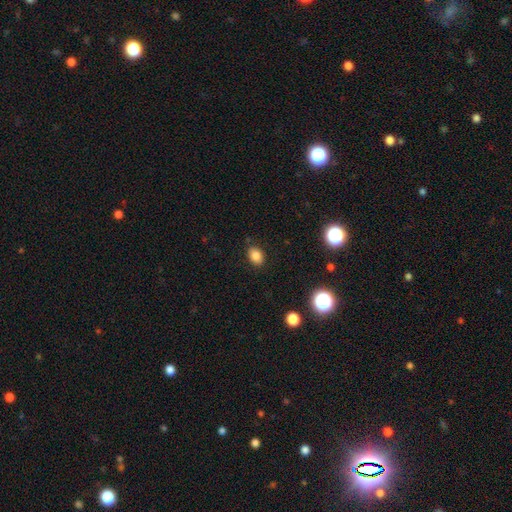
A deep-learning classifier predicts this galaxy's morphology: Overall: smooth (82%). How rounded: in between (76%). Merging: none (86%).